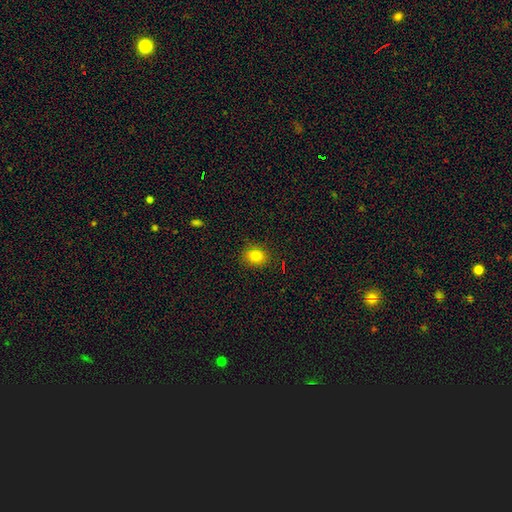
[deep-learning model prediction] The model was most divided on "how rounded": round: 70%, in between: 29%, cigar-shaped: 1%. More confident: merging — none (88%); smooth or featured — smooth (80%).